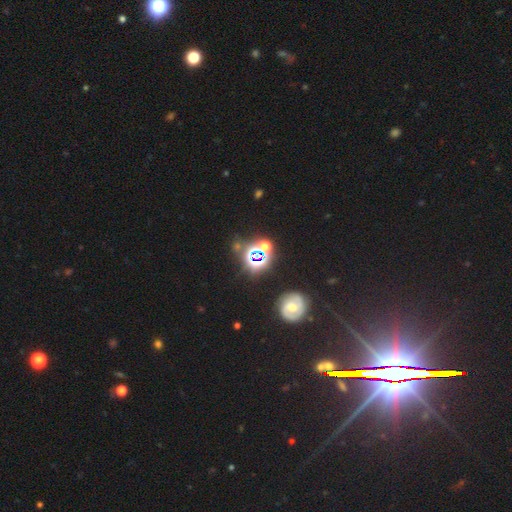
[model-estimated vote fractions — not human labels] A star or artifact, not a galaxy (58%).

Vote fractions:
- Smooth or featured? star or artifact: 58% / smooth: 27% / featured or disk: 16%